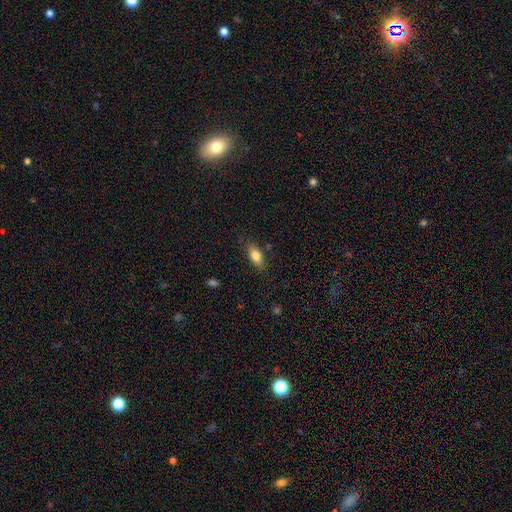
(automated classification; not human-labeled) A smooth galaxy with no disk features (82%) that is in between round and cigar-shaped (85%).

Vote fractions:
- Smooth or featured? smooth: 82% / featured or disk: 11% / star or artifact: 8%
- How rounded? in between: 85% / cigar-shaped: 11% / round: 4%
- Merging? none: 80% / minor disturbance: 15% / major disturbance: 4% / merger: 2%